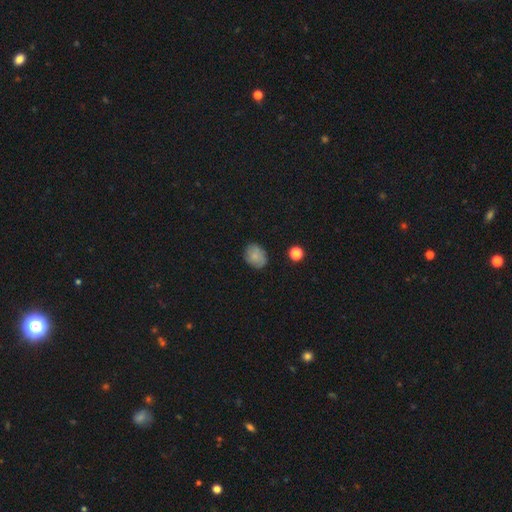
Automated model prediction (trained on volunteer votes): Smooth or featured: smooth — 76% (featured or disk — 13%)
How rounded: in between — 51% (round — 48%)
Merging: none — 77% (minor disturbance — 17%)